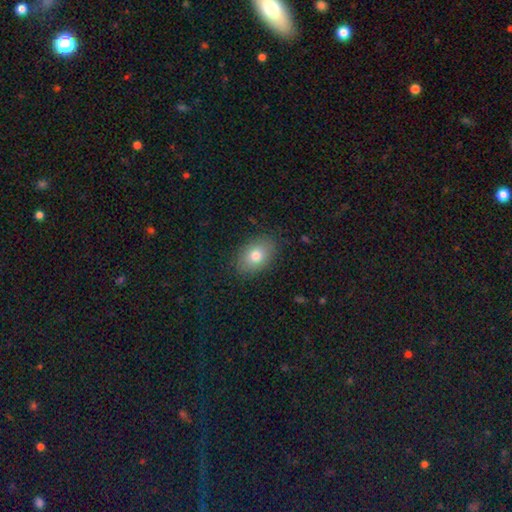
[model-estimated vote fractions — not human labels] The model was most divided on "how rounded": in between: 81%, round: 18%, cigar-shaped: 1%. More confident: merging — none (85%); smooth or featured — smooth (78%).